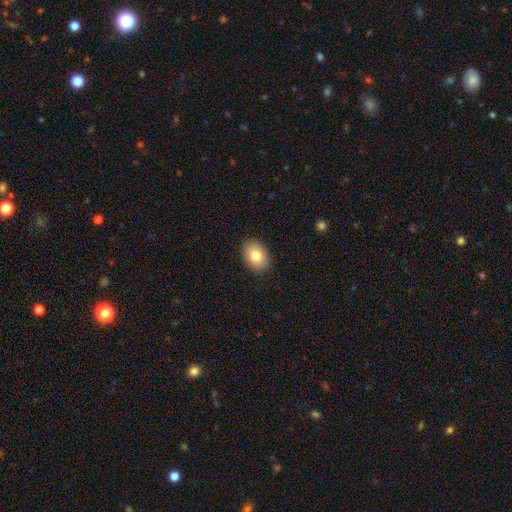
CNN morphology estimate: The model was most divided on "how rounded": in between: 80%, round: 19%, cigar-shaped: 1%. More confident: merging — none (90%); smooth or featured — smooth (82%).